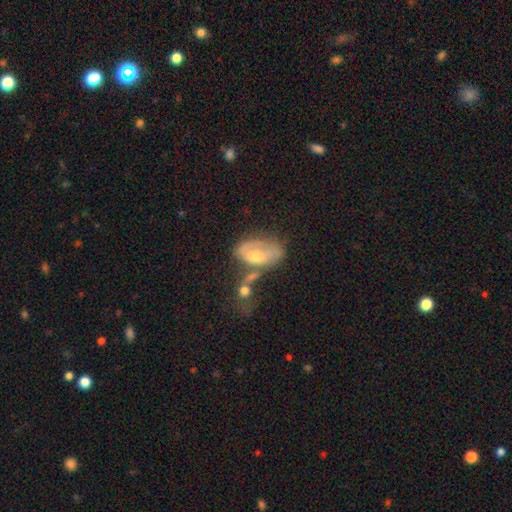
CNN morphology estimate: This appears to be a featured or disk galaxy (50%). Merging: none (31%).